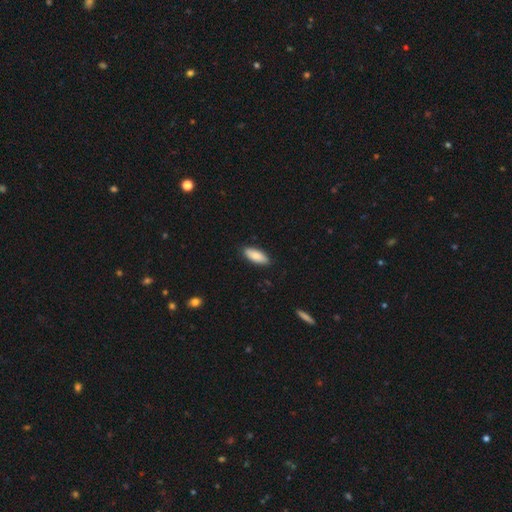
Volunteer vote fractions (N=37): A smooth galaxy with no disk features (86%) that is in between round and cigar-shaped (78%). Merging: none (91%).